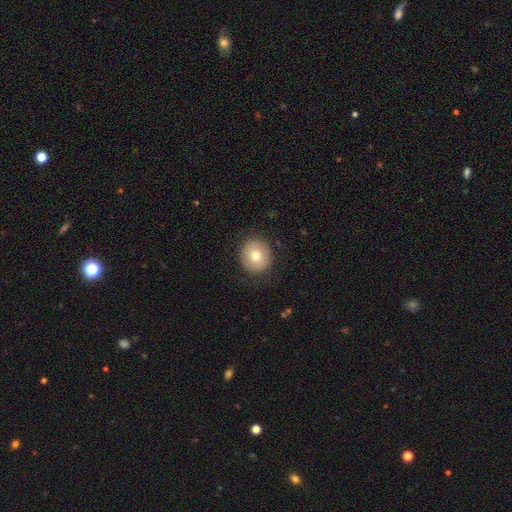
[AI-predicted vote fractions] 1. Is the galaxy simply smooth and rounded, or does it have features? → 75% smooth, 16% featured or disk, 9% star or artifact.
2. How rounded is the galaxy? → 84% round, 15% in between, 1% cigar-shaped.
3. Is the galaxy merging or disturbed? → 88% none, 8% minor disturbance, 3% major disturbance, 1% merger.